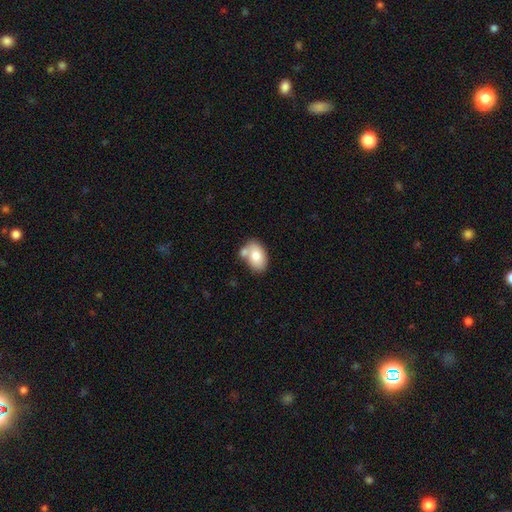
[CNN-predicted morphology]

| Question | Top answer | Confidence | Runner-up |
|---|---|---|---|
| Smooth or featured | smooth | 77% | featured or disk (16%) |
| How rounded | in between | 86% | round (12%) |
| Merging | none | 48% | merger (32%) |